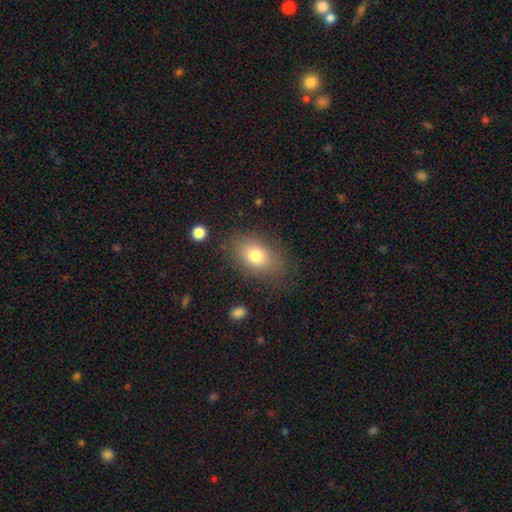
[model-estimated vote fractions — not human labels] Morphology: type=smooth (78%); roundness=in between (82%); merging=none (76%).